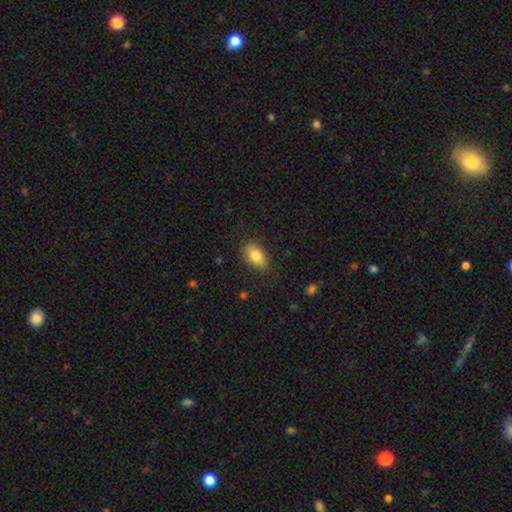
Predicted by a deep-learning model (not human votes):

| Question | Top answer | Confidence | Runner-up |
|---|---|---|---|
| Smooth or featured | smooth | 83% | featured or disk (9%) |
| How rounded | in between | 91% | round (7%) |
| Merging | none | 85% | minor disturbance (11%) |